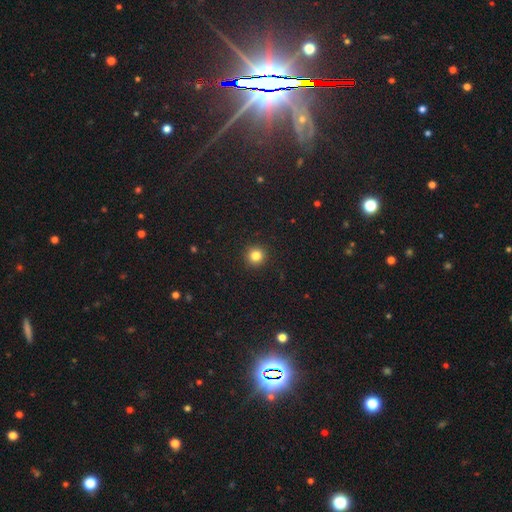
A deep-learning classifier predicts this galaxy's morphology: The model was most divided on "smooth or featured": smooth: 82%, star or artifact: 12%, featured or disk: 5%. More confident: how rounded — round (95%); merging — none (93%).